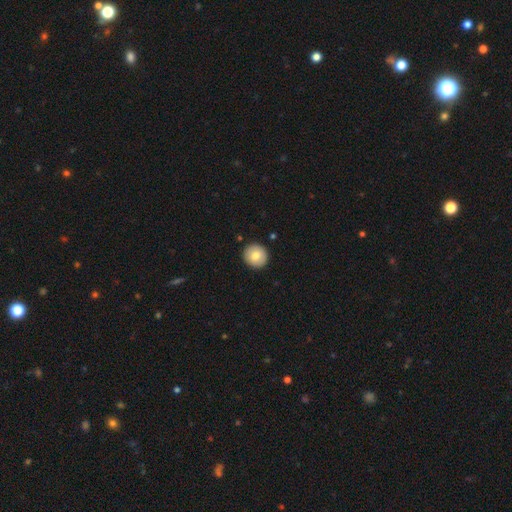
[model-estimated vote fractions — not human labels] The model was most divided on "smooth or featured": smooth: 78%, featured or disk: 15%, star or artifact: 8%. More confident: merging — none (91%); how rounded — round (91%).